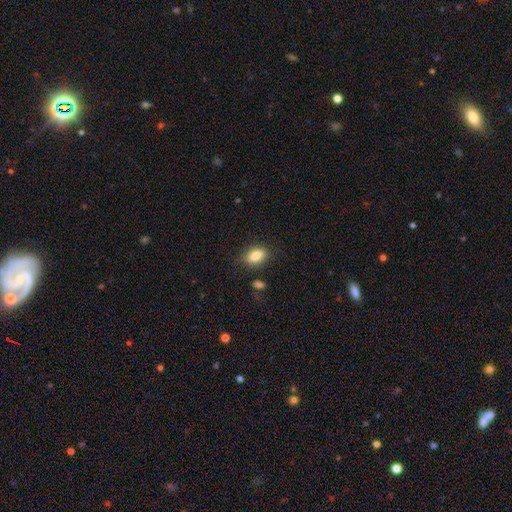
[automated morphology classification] Overall: smooth (82%). How rounded: in between (84%). Merging: none (75%).